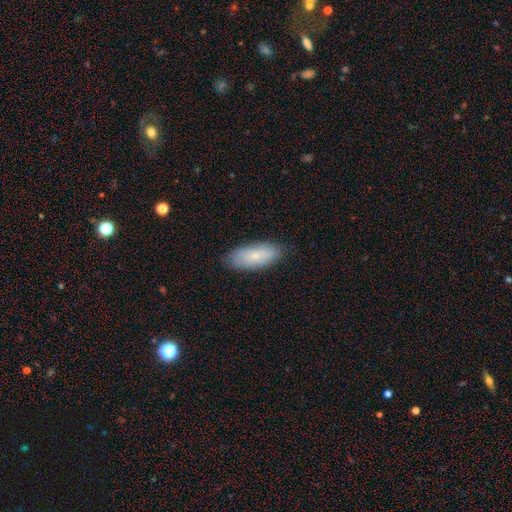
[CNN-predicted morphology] Smooth or featured?
  - smooth: 72% *
  - featured or disk: 21%
  - star or artifact: 7%
How rounded?
  - in between: 81% *
  - cigar-shaped: 17%
  - round: 2%
Merging?
  - none: 83% *
  - minor disturbance: 14%
  - major disturbance: 3%
  - merger: 1%